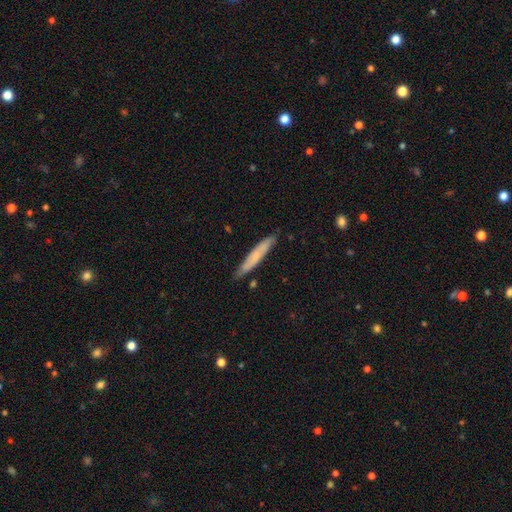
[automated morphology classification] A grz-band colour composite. It shows a smooth galaxy with no disk features (65%) that is cigar-shaped (94%). Merging: none (83%).